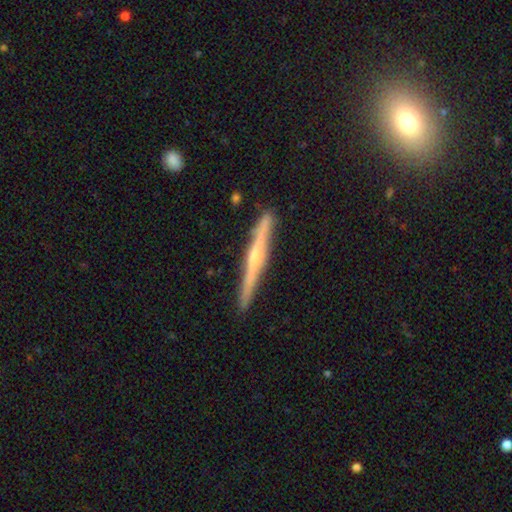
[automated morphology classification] Smooth or featured? Predicted: featured or disk (p=0.71). Edge-on disk? Predicted: yes (p=0.98). Edge-on bulge? Predicted: rounded (p=0.67). Merging? Predicted: none (p=0.90).